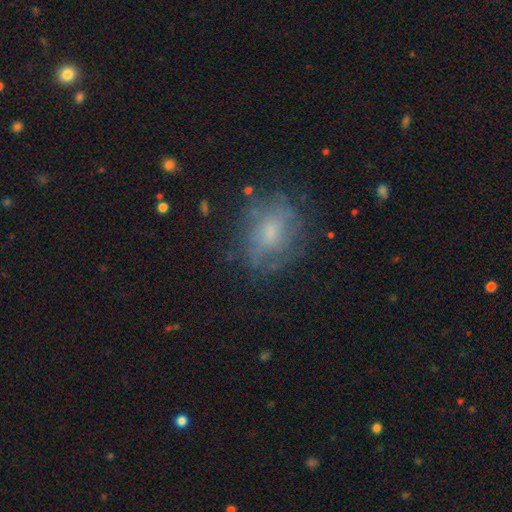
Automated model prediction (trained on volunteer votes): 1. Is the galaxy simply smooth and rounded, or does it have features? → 45% smooth, 40% featured or disk, 15% star or artifact.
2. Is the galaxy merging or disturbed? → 71% none, 18% minor disturbance, 9% major disturbance, 2% merger.